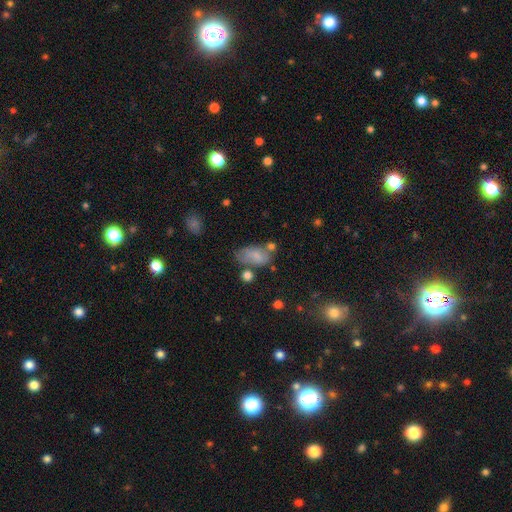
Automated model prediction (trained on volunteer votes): This is likely a smooth galaxy (70%). How rounded: clearly in between (91%). Merging: marginally none (45%).